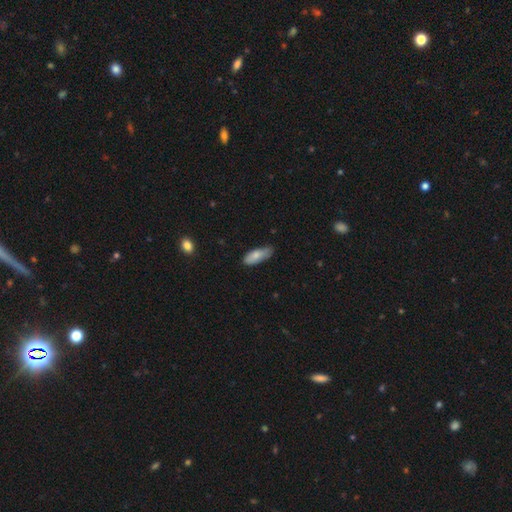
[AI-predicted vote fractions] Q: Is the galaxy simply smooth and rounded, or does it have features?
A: smooth — 80%.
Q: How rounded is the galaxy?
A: in between — 71%.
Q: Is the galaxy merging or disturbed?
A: none — 66%.